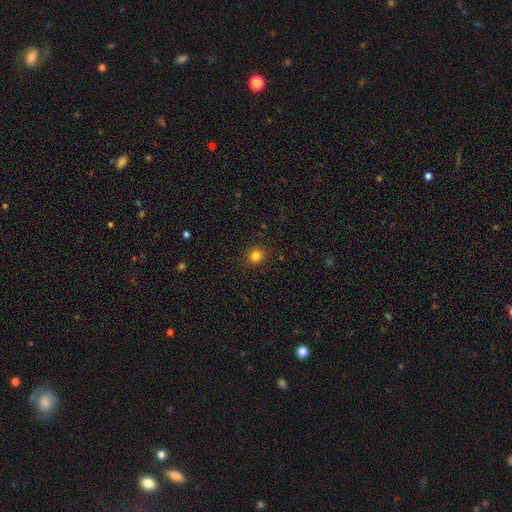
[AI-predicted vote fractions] Smooth or featured: smooth — 83% (star or artifact — 13%)
How rounded: round — 86% (in between — 13%)
Merging: none — 90% (minor disturbance — 7%)